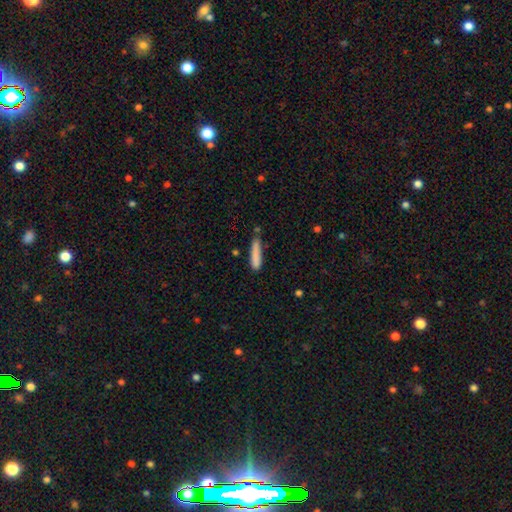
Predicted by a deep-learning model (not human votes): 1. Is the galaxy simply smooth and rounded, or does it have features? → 84% smooth, 10% featured or disk, 7% star or artifact.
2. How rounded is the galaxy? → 88% cigar-shaped, 11% in between, 1% round.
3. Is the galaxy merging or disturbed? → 69% none, 22% minor disturbance, 5% merger, 5% major disturbance.